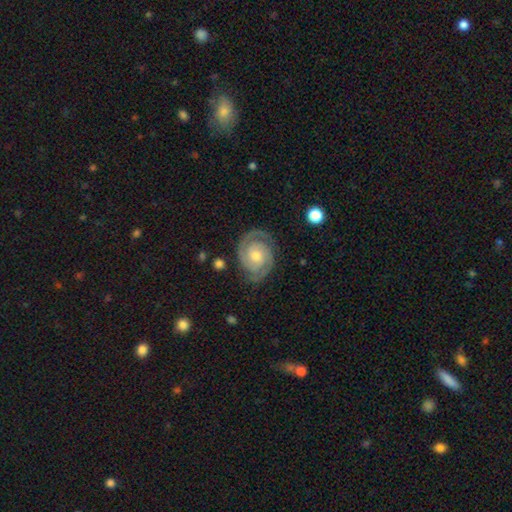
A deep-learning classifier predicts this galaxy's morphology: The model was most divided on "bulge size": moderate: 54%, small: 41%, large: 3%, none: 2%, dominant: 1%. More confident: spiral arms — yes (98%); edge-on disk — no (98%); smooth or featured — featured or disk (90%); spiral arm count — 2 (86%); merging — none (82%); spiral winding — tight (70%); bar — no (69%).